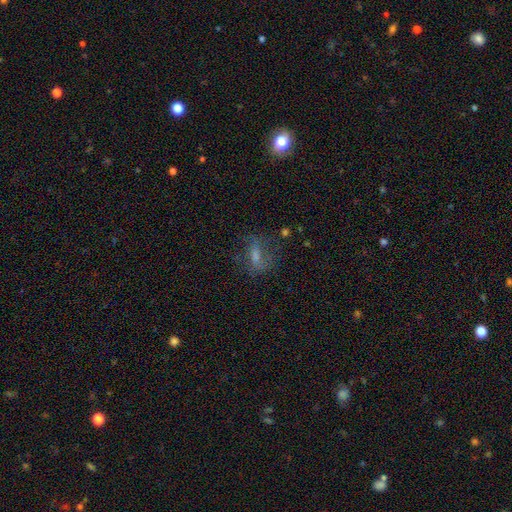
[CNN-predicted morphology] This is marginally a smooth galaxy (40%). Merging: possibly none (59%).